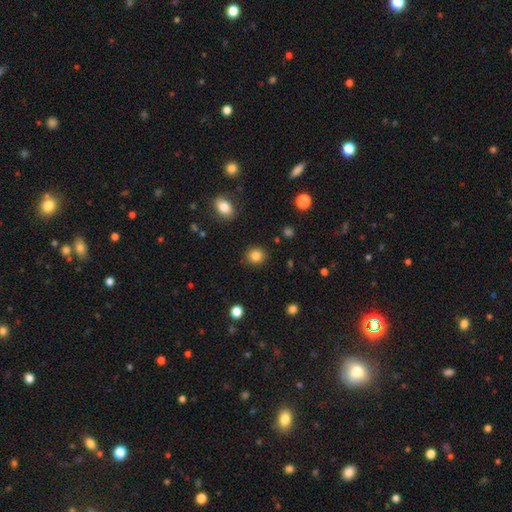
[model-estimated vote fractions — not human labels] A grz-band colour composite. It shows a smooth galaxy with no disk features (84%) that is round (84%). Merging: none (90%).